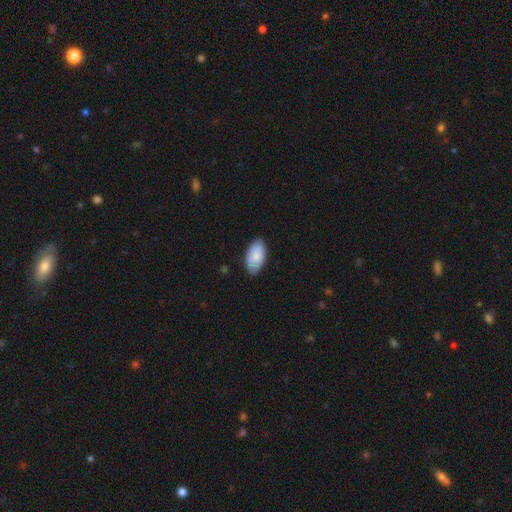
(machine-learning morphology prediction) A smooth galaxy with no disk features (83%) that is in between round and cigar-shaped (95%). Merging: none (82%).